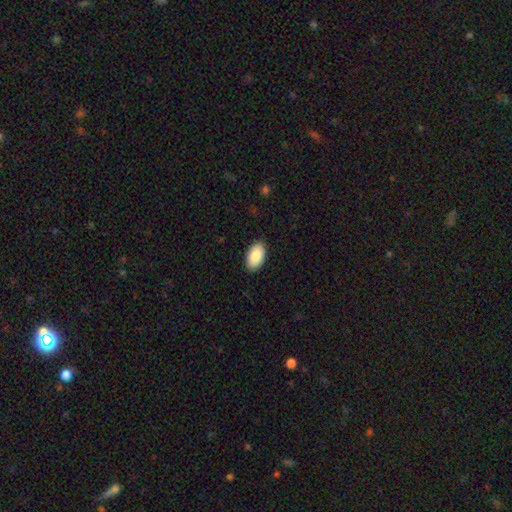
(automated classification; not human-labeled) Smooth or featured?
  - smooth: 88% *
  - star or artifact: 6%
  - featured or disk: 6%
How rounded?
  - in between: 96% *
  - round: 3%
  - cigar-shaped: 1%
Merging?
  - none: 89% *
  - minor disturbance: 8%
  - major disturbance: 2%
  - merger: 1%